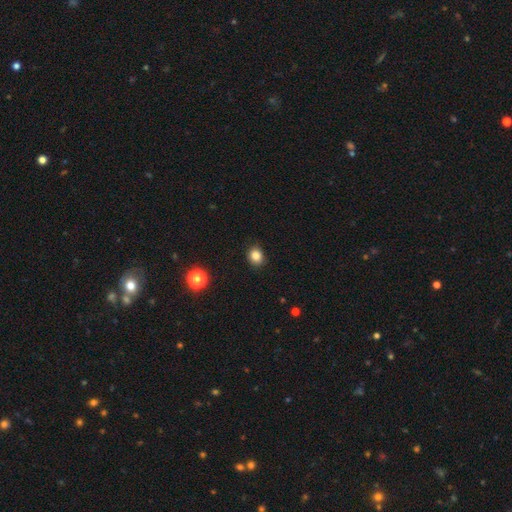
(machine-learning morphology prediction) A smooth galaxy with no disk features (84%) that is round (62%). Merging: none (88%).